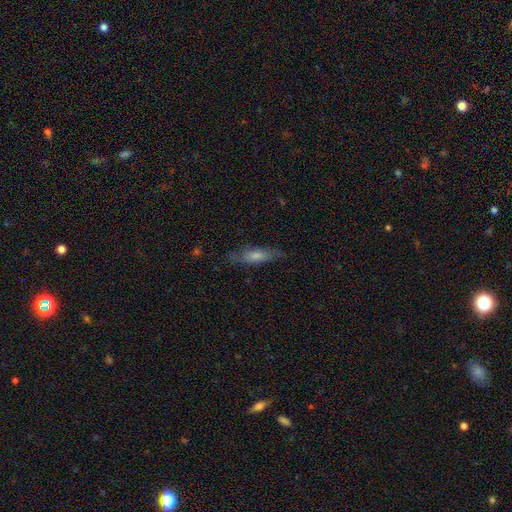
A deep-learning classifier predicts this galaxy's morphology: smooth 47%, featured or disk 43%, star or artifact 10%. Down the decision tree: merging — none (74%).